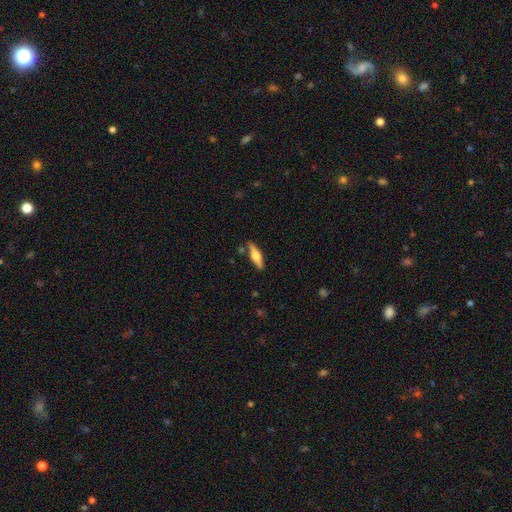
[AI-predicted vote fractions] Smooth or featured?
  - featured or disk: 51% *
  - smooth: 43%
  - star or artifact: 6%
Edge-on disk?
  - yes: 94% *
  - no: 6%
Merging?
  - none: 83% *
  - minor disturbance: 11%
  - merger: 4%
  - major disturbance: 3%